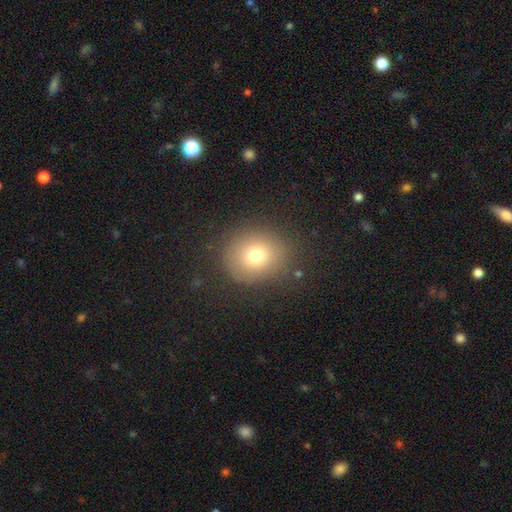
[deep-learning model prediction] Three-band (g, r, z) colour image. It shows a smooth galaxy with no disk features (72%) that is round (80%). Merging: none (83%).